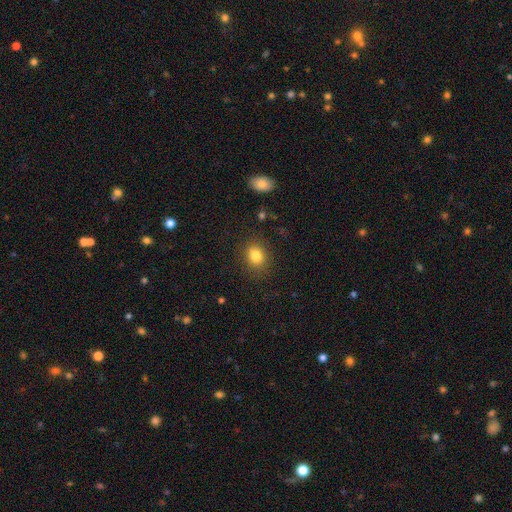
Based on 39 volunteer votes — Smooth or featured? 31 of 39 (79%) said smooth. How rounded? 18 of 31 (58%) said round. Merging? 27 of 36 (75%) said none.